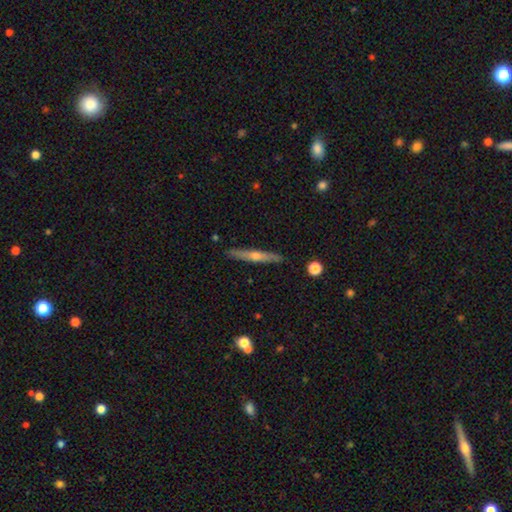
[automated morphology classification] Smooth or featured? Predicted: featured or disk (p=0.61). Edge-on disk? Predicted: yes (p=0.96). Edge-on bulge? Predicted: rounded (p=0.84). Merging? Predicted: none (p=0.90).